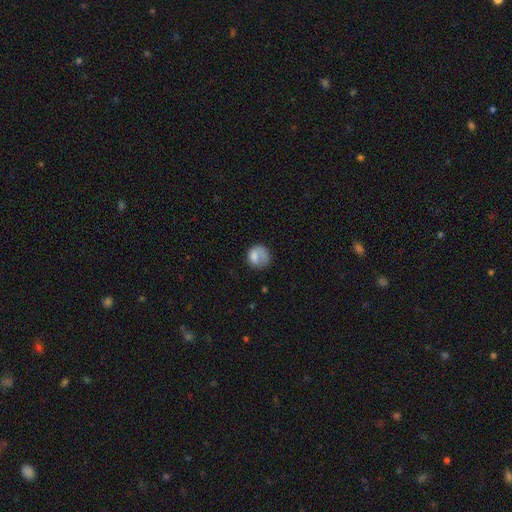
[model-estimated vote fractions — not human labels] smooth 71%, featured or disk 21%, star or artifact 8%. Down the decision tree: how rounded — round (71%); merging — none (47%).